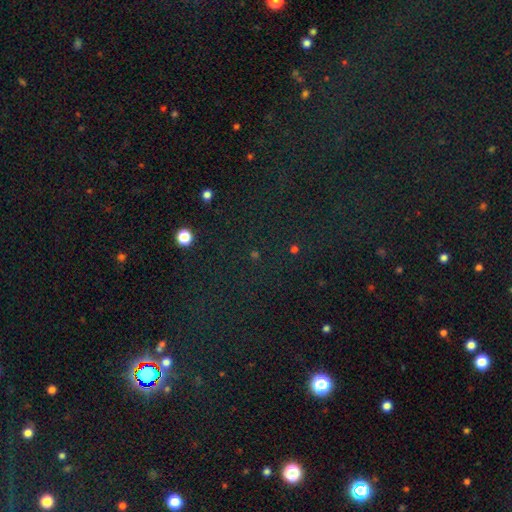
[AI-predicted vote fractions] The model was most divided on "smooth or featured": star or artifact: 76%, smooth: 15%, featured or disk: 9%.